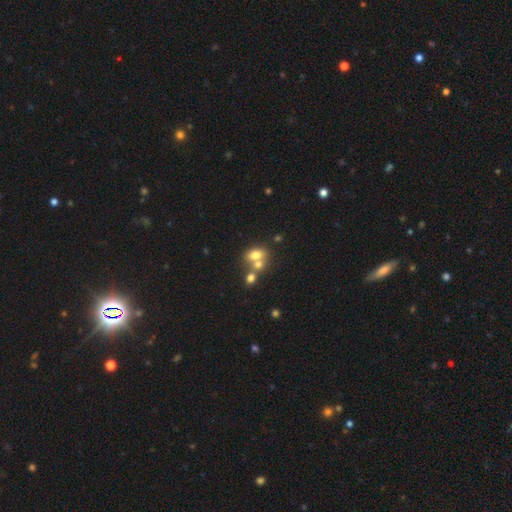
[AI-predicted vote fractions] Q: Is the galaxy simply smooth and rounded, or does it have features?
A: smooth — 69%.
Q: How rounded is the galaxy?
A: in between — 71%.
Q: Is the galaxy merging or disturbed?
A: merger — 53%.